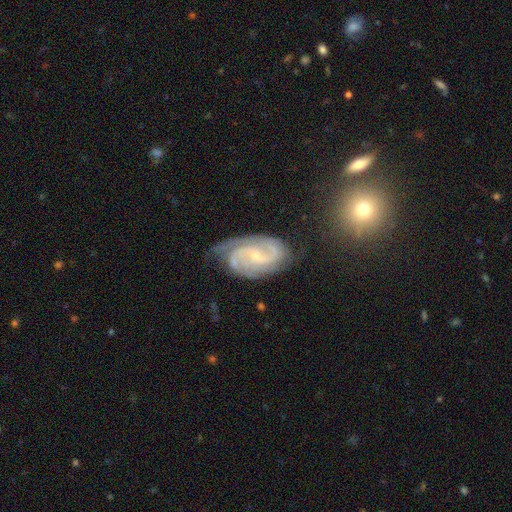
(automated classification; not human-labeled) A featured or disk galaxy (89%) with a weak bar (44%), 2 (50%) medium (46%) spiral arms (98%) and a small central bulge (77%).

Vote fractions:
- Smooth or featured? featured or disk: 89% / smooth: 6% / star or artifact: 5%
- Edge-on disk? no: 97% / yes: 3%
- Bar? weak: 44% / no: 42% / strong: 15%
- Spiral arms? yes: 98% / no: 2%
- Spiral winding? medium: 46% / tight: 44% / loose: 10%
- Spiral arm count? 2: 50% / 3: 25% / can't tell: 10% / 4: 6% / 1: 4% / more than 4: 4%
- Bulge size? small: 77% / moderate: 18% / none: 3% / large: 1% / dominant: 1%
- Merging? none: 67% / minor disturbance: 23% / major disturbance: 7% / merger: 3%